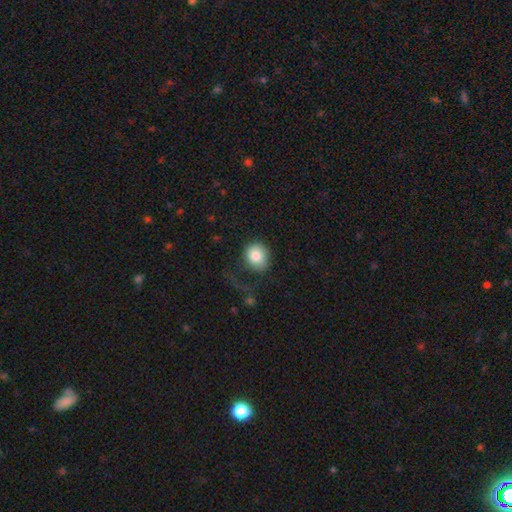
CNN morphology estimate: Overall: smooth (84%). How rounded: round (79%). Merging: none (58%; major disturbance 21%).